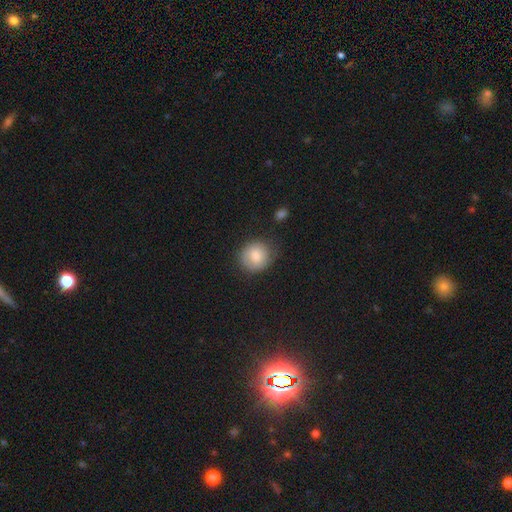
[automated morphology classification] type=smooth (82%); roundness=round (84%); merging=none (72%).